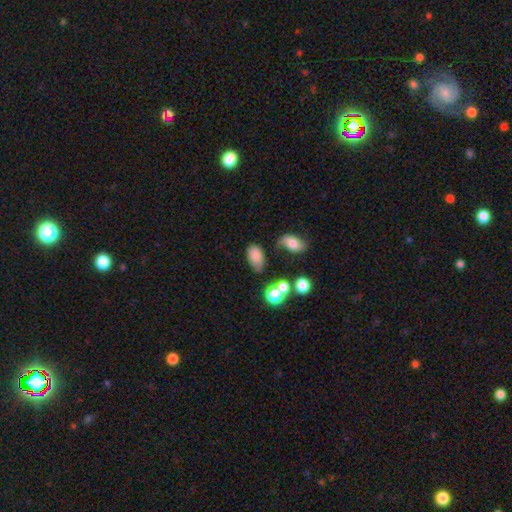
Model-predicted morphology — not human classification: smooth_or_featured: smooth (p=0.75) [alt: featured or disk p=0.13]
how_rounded: in between (p=0.88) [alt: round p=0.10]
merging: none (p=0.52) [alt: minor disturbance p=0.26]